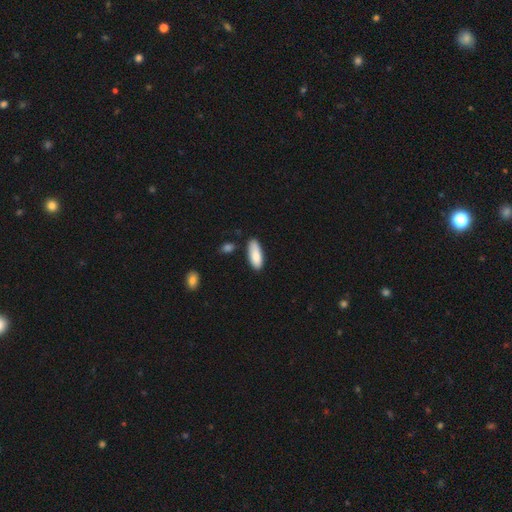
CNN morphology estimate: type=smooth (87%); roundness=in between (72%); merging=none (76%).